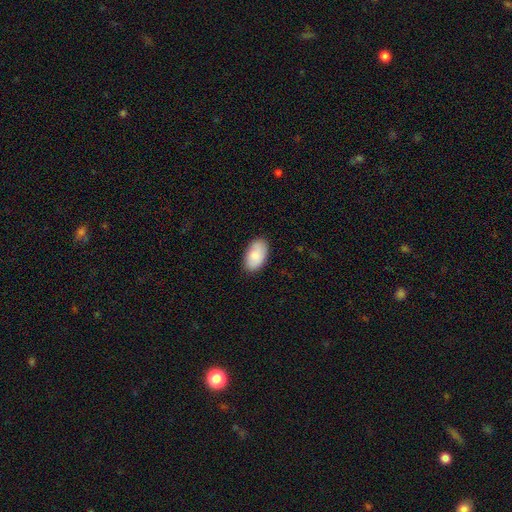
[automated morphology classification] type=smooth (85%); roundness=in between (95%); merging=none (82%).